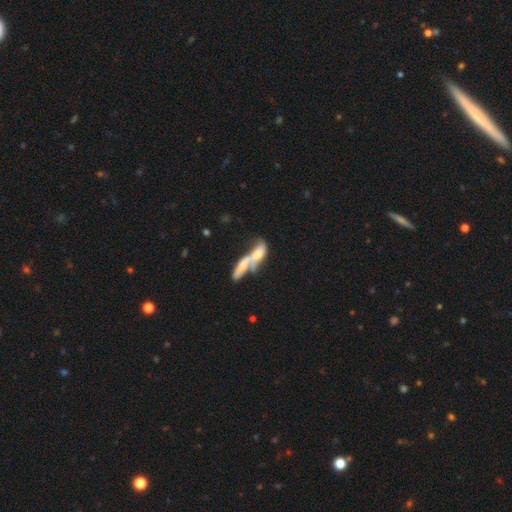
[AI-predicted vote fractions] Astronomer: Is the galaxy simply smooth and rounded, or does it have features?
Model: smooth — 51% (runner-up: featured or disk, 39%).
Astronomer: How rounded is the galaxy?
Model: in between — 53% (runner-up: cigar-shaped, 43%).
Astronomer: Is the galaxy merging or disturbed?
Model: merger — 75%.